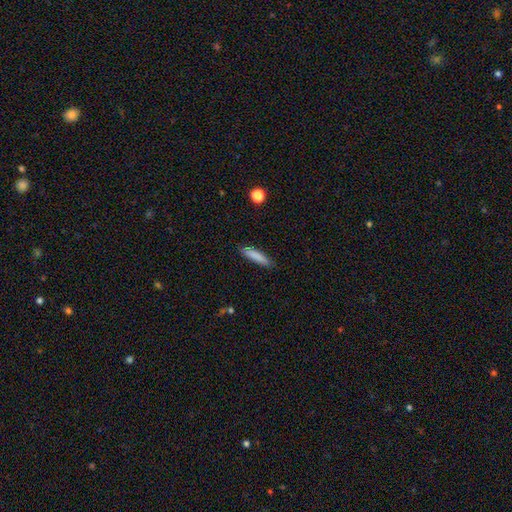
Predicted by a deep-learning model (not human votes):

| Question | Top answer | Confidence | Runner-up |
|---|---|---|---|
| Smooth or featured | smooth | 84% | featured or disk (9%) |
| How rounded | cigar-shaped | 82% | in between (17%) |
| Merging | none | 86% | minor disturbance (11%) |